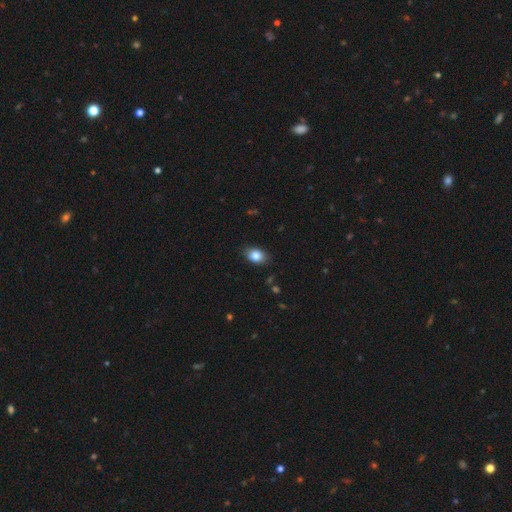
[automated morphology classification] smooth_or_featured: smooth (p=0.83) [alt: star or artifact p=0.09]
how_rounded: in between (p=0.75) [alt: round p=0.24]
merging: none (p=0.84) [alt: minor disturbance p=0.12]